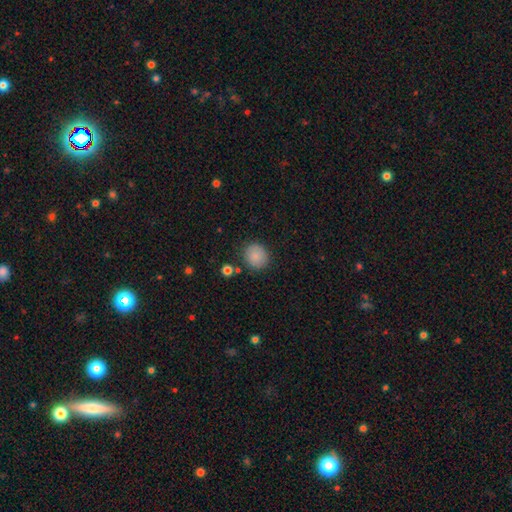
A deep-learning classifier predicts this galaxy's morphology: Smooth or featured? Predicted: smooth (p=0.86). How rounded? Predicted: round (p=0.85). Merging? Predicted: none (p=0.85).